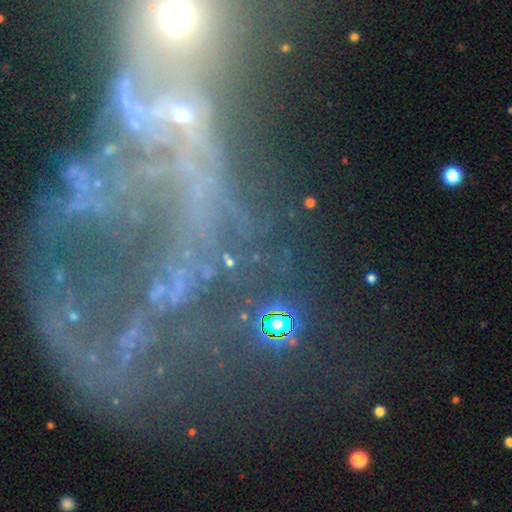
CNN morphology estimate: smooth-or-featured: featured or disk: 52% | star or artifact: 32% | smooth: 16%
  disk-edge-on: no: 90% | yes: 10%
  merging: none: 34% | major disturbance: 32% | merger: 22% | minor disturbance: 13%